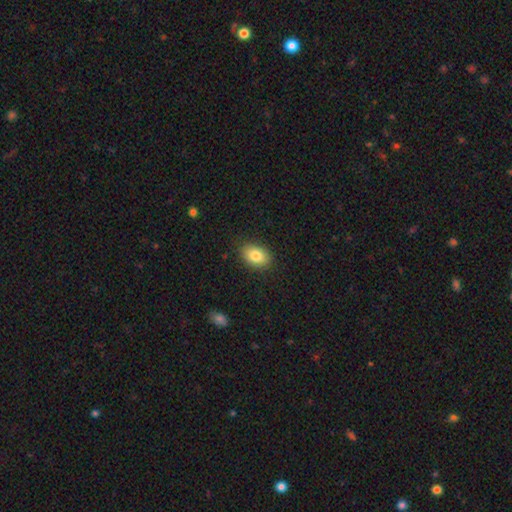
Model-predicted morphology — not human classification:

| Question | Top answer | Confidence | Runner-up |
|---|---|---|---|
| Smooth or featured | smooth | 83% | featured or disk (9%) |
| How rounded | in between | 83% | round (16%) |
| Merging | none | 87% | minor disturbance (10%) |